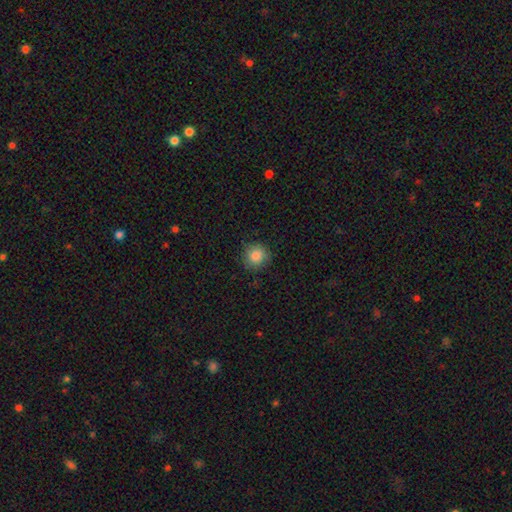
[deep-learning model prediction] Q: Smooth or featured?
A: smooth (86%); runner-up: star or artifact (10%)
Q: How rounded?
A: round (91%); runner-up: in between (8%)
Q: Merging?
A: none (86%); runner-up: minor disturbance (11%)